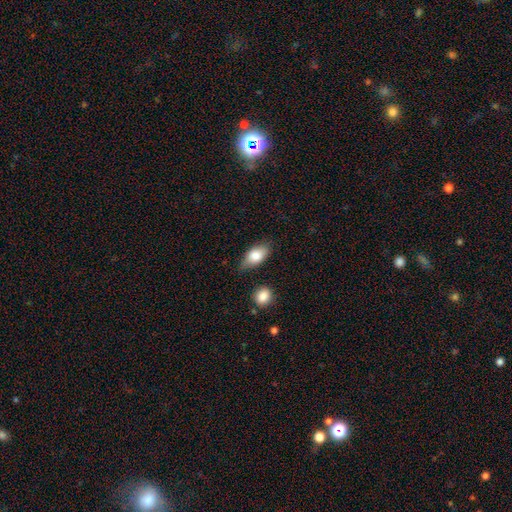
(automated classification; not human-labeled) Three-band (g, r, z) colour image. It shows a smooth galaxy with no disk features (78%) that is in between round and cigar-shaped (88%). Merging: none (70%).